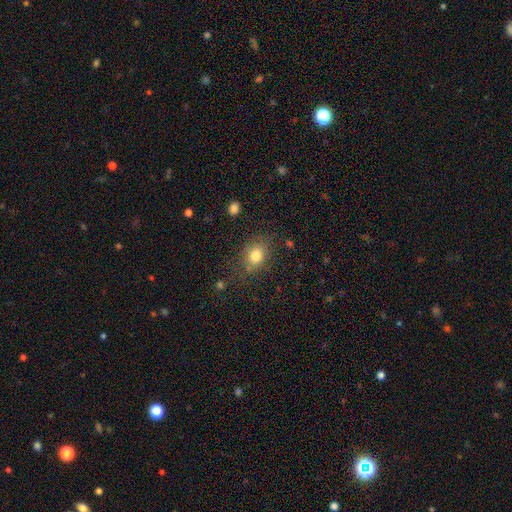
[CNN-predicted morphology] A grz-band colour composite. It shows a smooth galaxy with no disk features (80%) that is in between round and cigar-shaped (54%). Merging: none (74%).